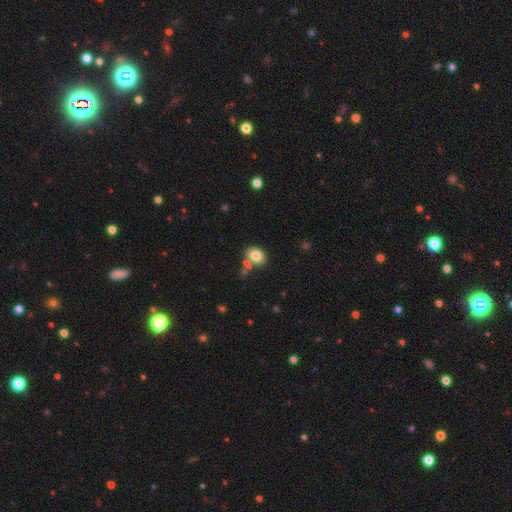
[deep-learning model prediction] This appears to be a smooth galaxy with no disk features (80%) that is in between round and cigar-shaped (64%). Merging: none (66%).